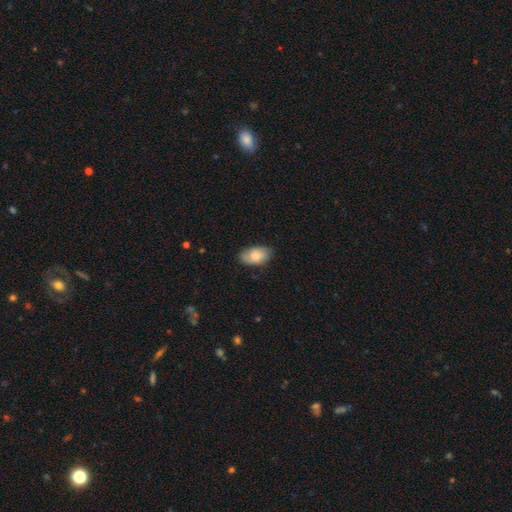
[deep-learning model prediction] Overall: smooth (79%). How rounded: in between (93%). Merging: none (77%).